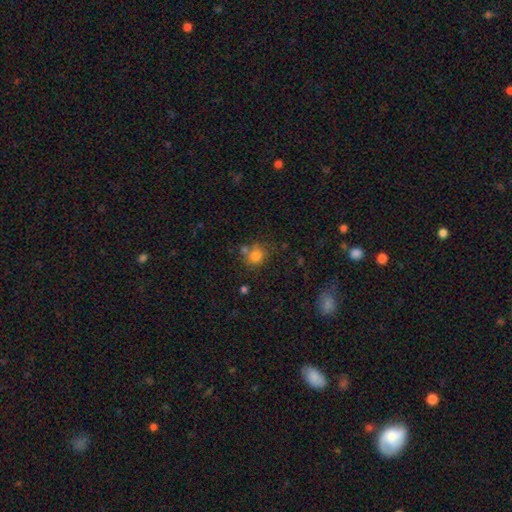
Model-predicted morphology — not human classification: This is likely a smooth galaxy (80%). How rounded: clearly round (83%). Merging: likely none (61%).